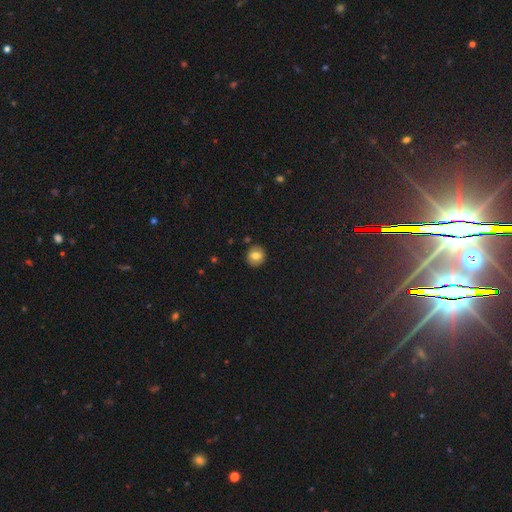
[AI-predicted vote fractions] Smooth or featured? Predicted: smooth (p=0.78). How rounded? Predicted: round (p=0.88). Merging? Predicted: none (p=0.89).